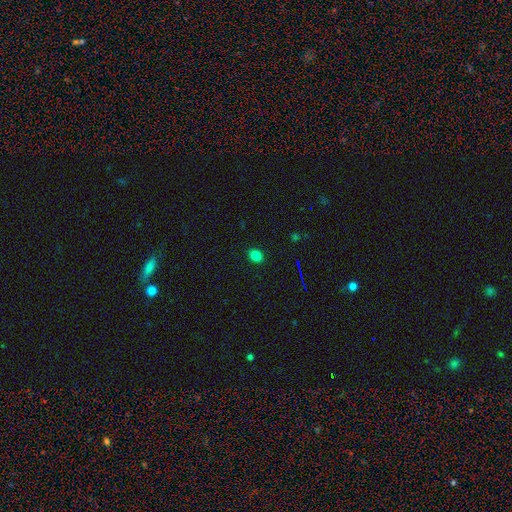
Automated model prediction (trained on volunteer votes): This is clearly a smooth galaxy (81%). How rounded: possibly in between (56%). Merging: clearly none (88%).